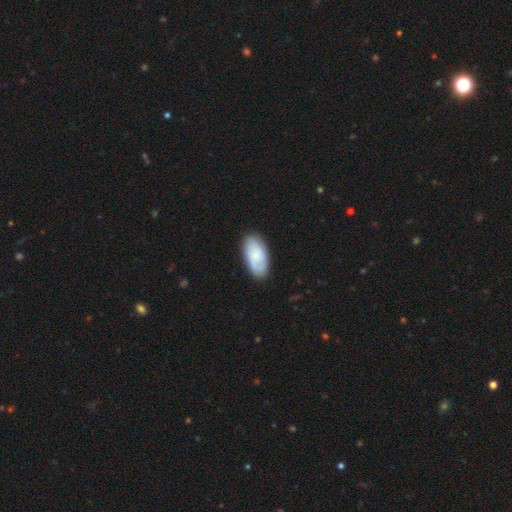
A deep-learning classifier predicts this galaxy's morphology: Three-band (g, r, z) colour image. It shows a smooth galaxy with no disk features (65%) that is in between round and cigar-shaped (94%). Merging: none (82%).